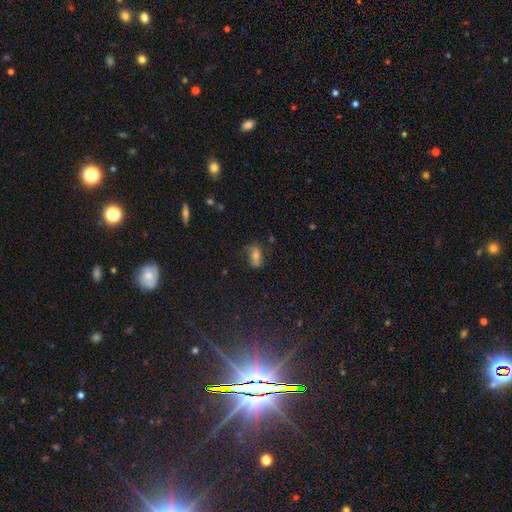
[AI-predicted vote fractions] Smooth or featured: smooth — 48% (featured or disk — 36%)
Merging: none — 59% (minor disturbance — 26%)